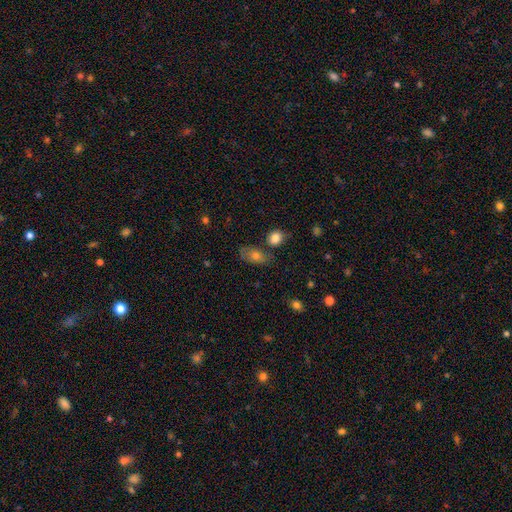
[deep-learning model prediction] A smooth galaxy with no disk features (71%) that is in between round and cigar-shaped (84%).

Vote fractions:
- Smooth or featured? smooth: 71% / featured or disk: 18% / star or artifact: 10%
- How rounded? in between: 84% / round: 12% / cigar-shaped: 4%
- Merging? none: 58% / minor disturbance: 21% / merger: 14% / major disturbance: 7%